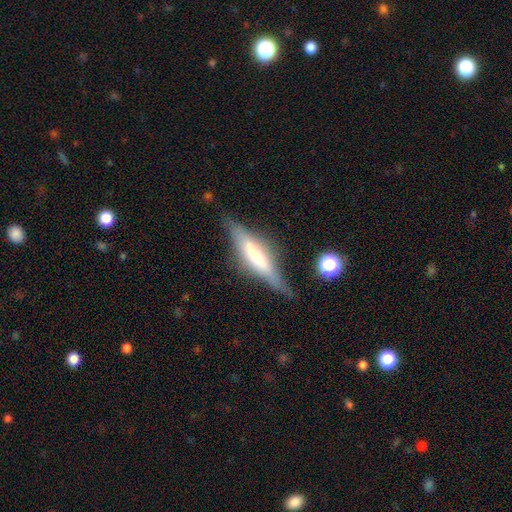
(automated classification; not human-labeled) Morphology: type=featured or disk (70%); edge-on=yes (94%); edge-on bulge=rounded (46%); merging=none (80%).